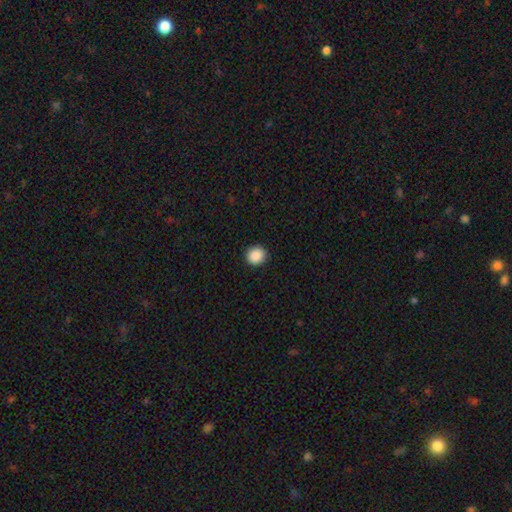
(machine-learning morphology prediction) smooth-or-featured: smooth: 89% | star or artifact: 9% | featured or disk: 3%
  how-rounded: round: 90% | in between: 9% | cigar-shaped: 1%
  merging: none: 92% | minor disturbance: 6% | major disturbance: 2% | merger: 1%